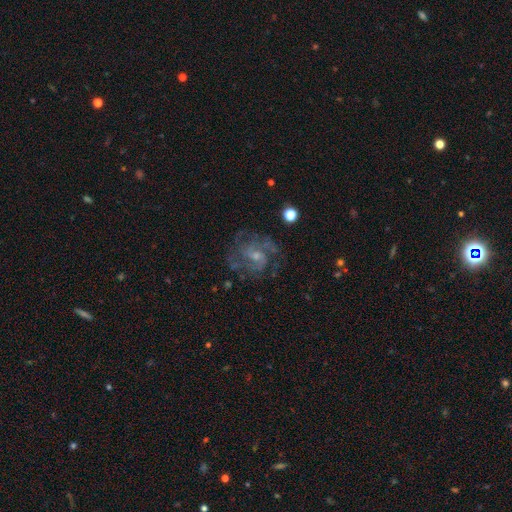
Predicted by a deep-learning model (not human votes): This appears to be a featured or disk galaxy (83%) with a weak bar (48%), 2 (33%) medium (48%) spiral arms (95%) and a small central bulge (58%). Merging: none (74%).